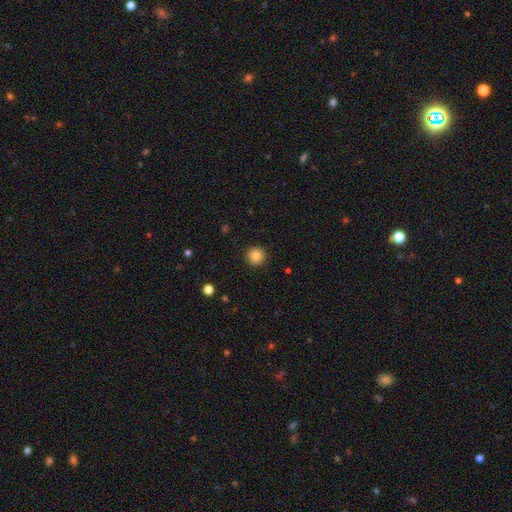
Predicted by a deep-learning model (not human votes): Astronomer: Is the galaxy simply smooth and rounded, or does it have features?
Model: smooth — 85%.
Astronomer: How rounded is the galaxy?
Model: round — 95%.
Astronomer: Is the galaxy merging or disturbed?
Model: none — 92%.